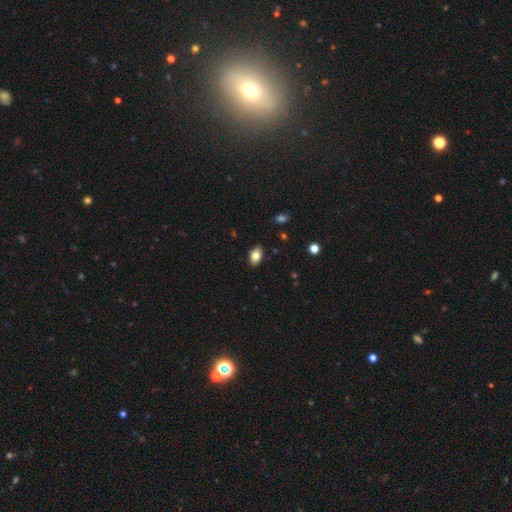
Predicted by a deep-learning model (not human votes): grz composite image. It shows a smooth galaxy with no disk features (81%) that is in between round and cigar-shaped (88%). Merging: none (87%).